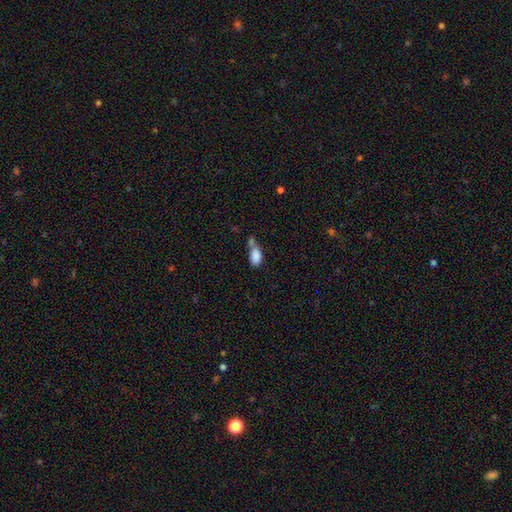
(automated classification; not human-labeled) Morphology: type=smooth (85%); roundness=in between (89%); merging=merger (42%).